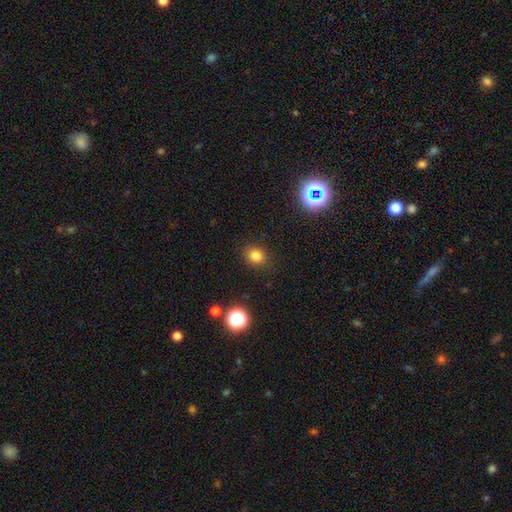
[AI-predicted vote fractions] The model was most divided on "how rounded": round: 66%, in between: 33%, cigar-shaped: 1%. More confident: merging — none (87%); smooth or featured — smooth (81%).